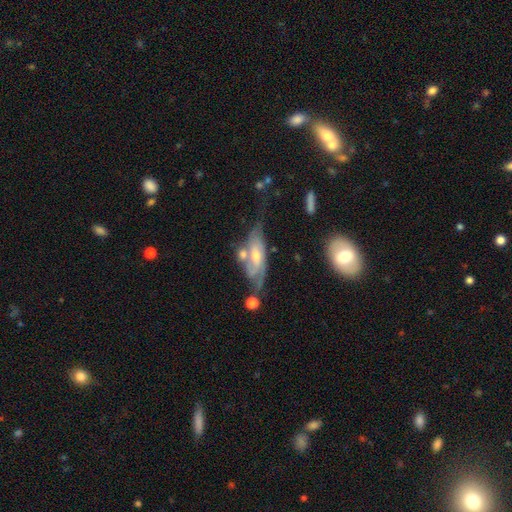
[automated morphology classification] A featured or disk galaxy (70%) with no bar (59%), spiral arms (77%) and a moderate central bulge (53%).

Vote fractions:
- Smooth or featured? featured or disk: 70% / smooth: 23% / star or artifact: 7%
- Edge-on disk? no: 80% / yes: 20%
- Bar? no: 59% / weak: 31% / strong: 9%
- Spiral arms? yes: 77% / no: 23%
- Bulge size? moderate: 53% / small: 40% / large: 4% / none: 2% / dominant: 1%
- Merging? none: 40% / minor disturbance: 24% / merger: 20% / major disturbance: 16%